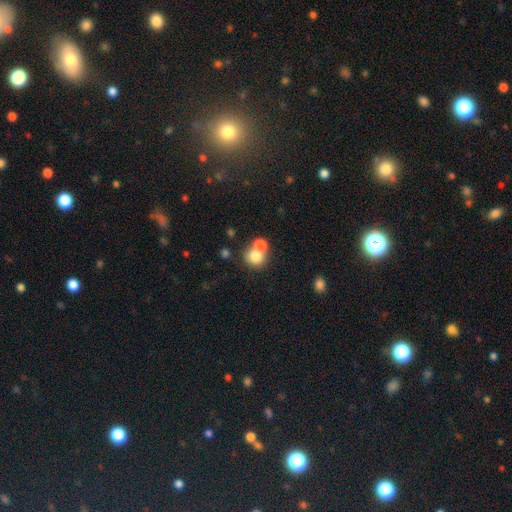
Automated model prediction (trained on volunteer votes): The model was most divided on "merging": none: 45%, merger: 44%, minor disturbance: 7%, major disturbance: 4%. More confident: how rounded — round (80%); smooth or featured — smooth (77%).